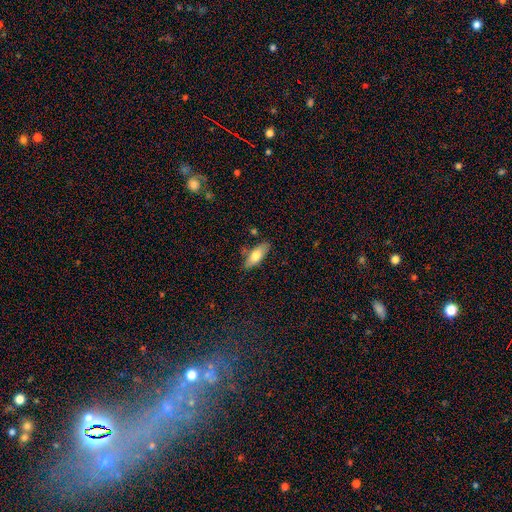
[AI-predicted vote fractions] Q: Smooth or featured?
A: smooth (72%); runner-up: featured or disk (22%)
Q: How rounded?
A: in between (74%); runner-up: cigar-shaped (24%)
Q: Merging?
A: none (77%); runner-up: minor disturbance (16%)